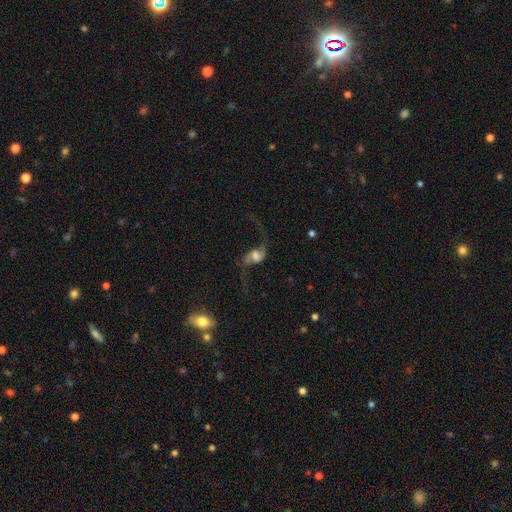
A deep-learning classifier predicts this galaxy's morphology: Overall: featured or disk (82%). Edge-on disk: no (95%). Bar: weak (43%; no 40%). Spiral arms: yes (95%). Spiral arm count: 2 (93%). Spiral winding: loose (92%). Bulge size: moderate (38%; large 31%). Merging: none (62%).